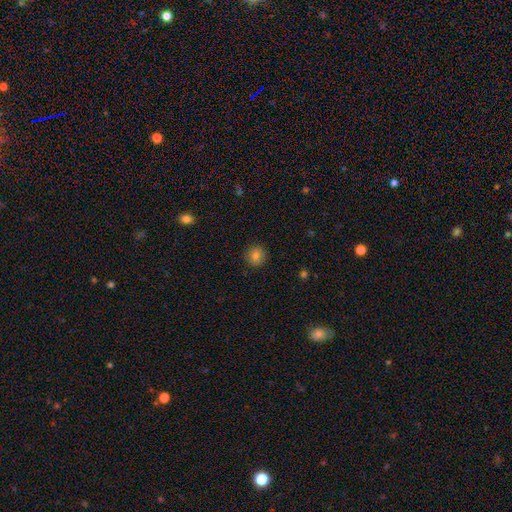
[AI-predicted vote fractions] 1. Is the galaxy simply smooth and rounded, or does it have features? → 81% smooth, 11% star or artifact, 8% featured or disk.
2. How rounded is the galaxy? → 91% round, 8% in between, 1% cigar-shaped.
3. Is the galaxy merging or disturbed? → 91% none, 6% minor disturbance, 2% major disturbance, 1% merger.